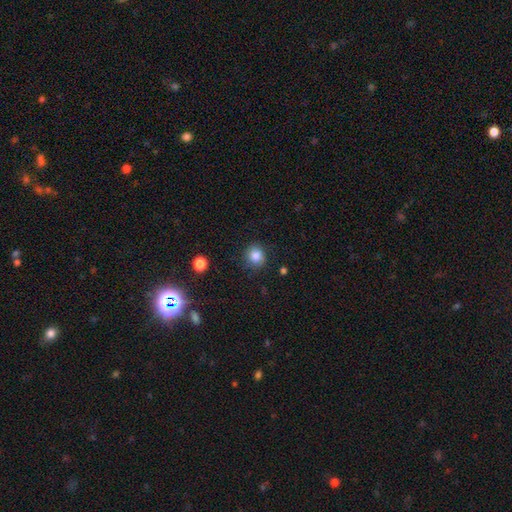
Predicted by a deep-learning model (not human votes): The model was most divided on "how rounded": round: 85%, in between: 15%, cigar-shaped: 1%. More confident: merging — none (84%); smooth or featured — smooth (84%).